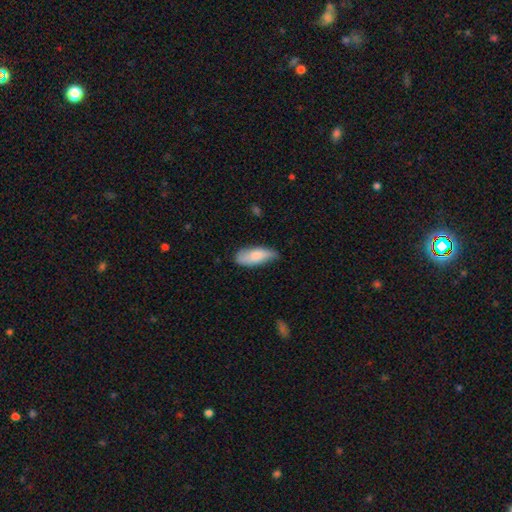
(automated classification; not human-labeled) smooth 76%, featured or disk 19%, star or artifact 6%. Down the decision tree: how rounded — in between (79%); merging — none (61%).